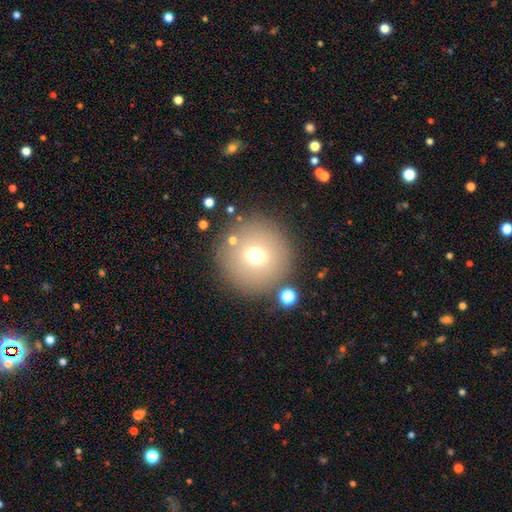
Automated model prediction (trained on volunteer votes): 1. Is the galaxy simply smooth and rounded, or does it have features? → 67% smooth, 17% star or artifact, 15% featured or disk.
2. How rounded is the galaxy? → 95% round, 4% in between, 1% cigar-shaped.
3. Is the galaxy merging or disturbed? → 85% none, 7% minor disturbance, 4% merger, 4% major disturbance.